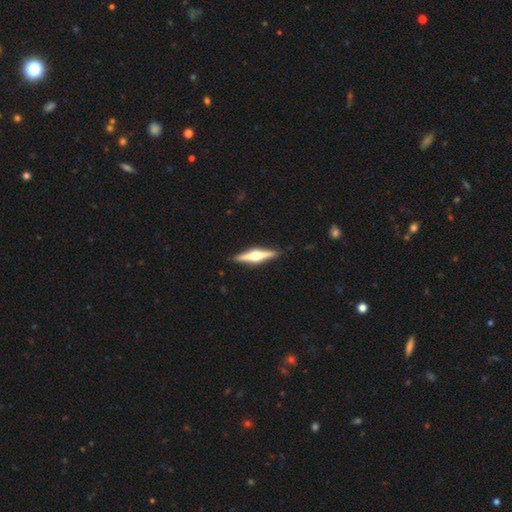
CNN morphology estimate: Overall: featured or disk (76%). Edge-on disk: yes (98%). Edge-on bulge: rounded (95%). Merging: none (92%).